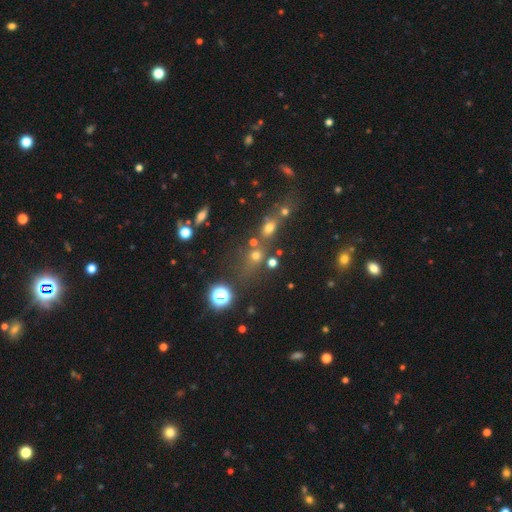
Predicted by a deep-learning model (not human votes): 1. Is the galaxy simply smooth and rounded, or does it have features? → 60% smooth, 28% star or artifact, 12% featured or disk.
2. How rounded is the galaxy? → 73% round, 24% in between, 3% cigar-shaped.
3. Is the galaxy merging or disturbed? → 56% none, 24% merger, 13% minor disturbance, 8% major disturbance.